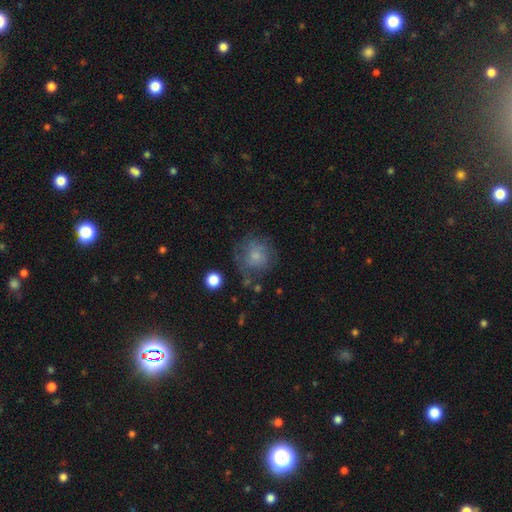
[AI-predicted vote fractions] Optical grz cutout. It shows a smooth galaxy with no disk features (65%) that is round (87%). Merging: none (63%).